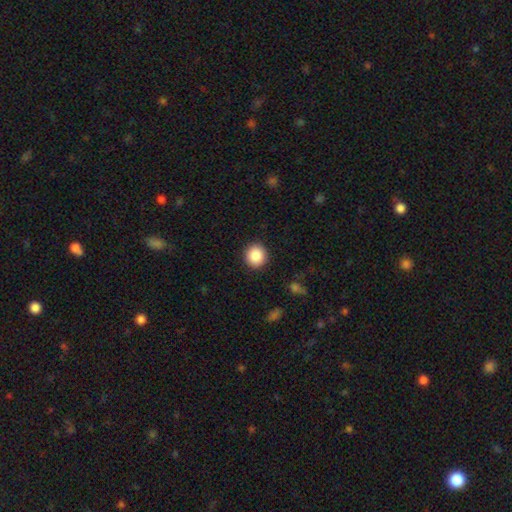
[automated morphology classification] A smooth galaxy with no disk features (88%) that is round (90%).

Vote fractions:
- Smooth or featured? smooth: 88% / star or artifact: 8% / featured or disk: 3%
- How rounded? round: 90% / in between: 9% / cigar-shaped: 1%
- Merging? none: 91% / minor disturbance: 6% / major disturbance: 2% / merger: 1%